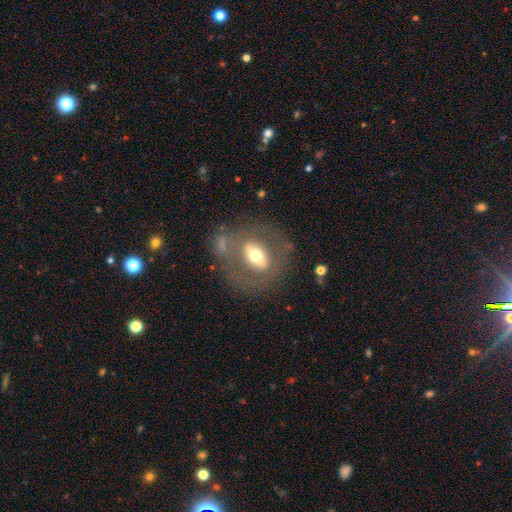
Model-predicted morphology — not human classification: Overall: featured or disk (56%; smooth 36%). Edge-on disk: no (84%). Merging: none (63%).